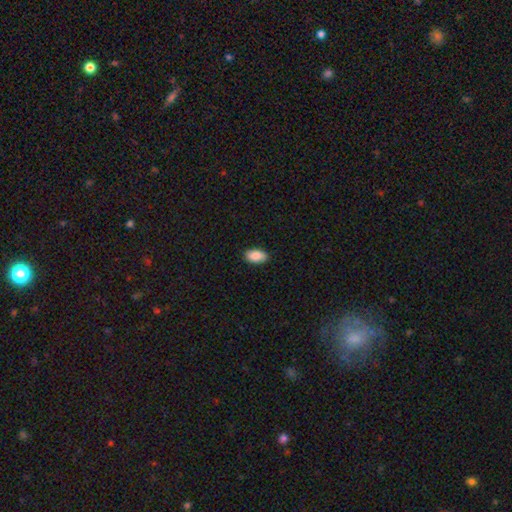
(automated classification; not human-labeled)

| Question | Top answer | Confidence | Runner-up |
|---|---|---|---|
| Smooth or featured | smooth | 90% | star or artifact (7%) |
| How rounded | in between | 94% | round (4%) |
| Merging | none | 89% | minor disturbance (9%) |